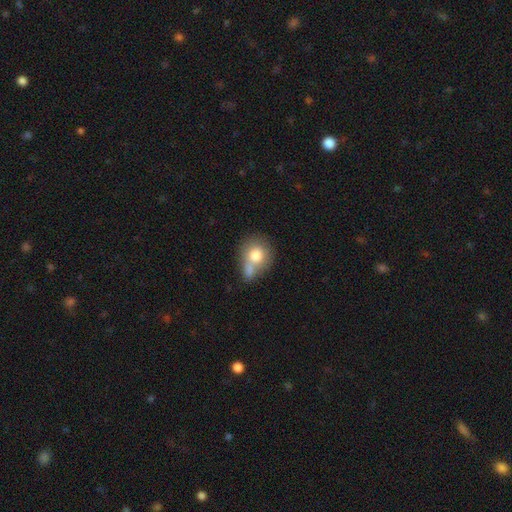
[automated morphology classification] smooth_or_featured: smooth (p=0.75) [alt: featured or disk p=0.17]
how_rounded: round (p=0.75) [alt: in between p=0.24]
merging: merger (p=0.45) [alt: none p=0.34]